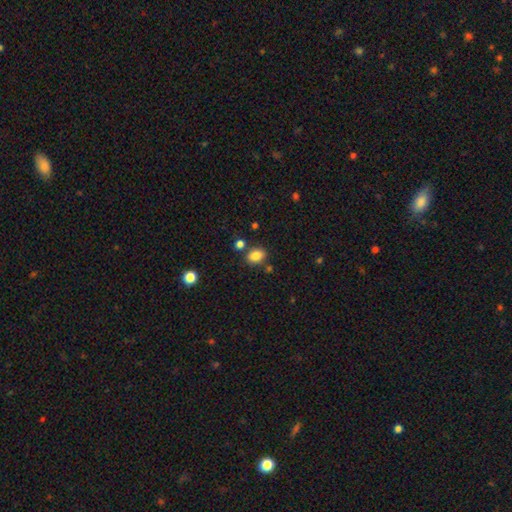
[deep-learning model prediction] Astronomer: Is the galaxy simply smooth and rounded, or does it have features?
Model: smooth — 85%.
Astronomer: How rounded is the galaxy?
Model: in between — 67%.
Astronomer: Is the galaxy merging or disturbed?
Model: none — 77%.